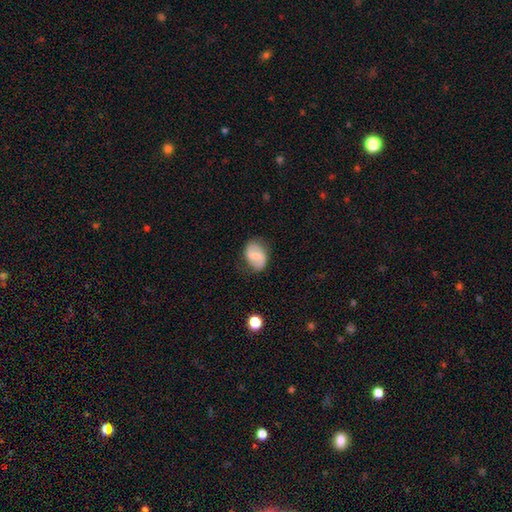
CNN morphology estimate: Overall: featured or disk (55%; smooth 38%). Edge-on disk: no (97%). Bar: weak (49%; no 32%). Spiral arms: yes (84%). Bulge size: small (48%; moderate 40%). Merging: none (73%).